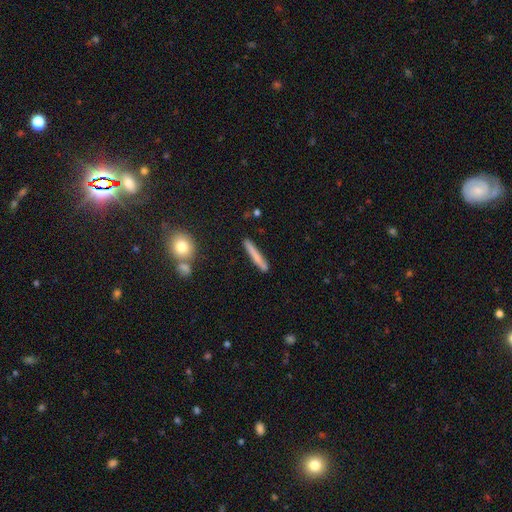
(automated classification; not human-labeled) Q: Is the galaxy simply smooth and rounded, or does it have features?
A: smooth — 69%.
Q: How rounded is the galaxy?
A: cigar-shaped — 95%.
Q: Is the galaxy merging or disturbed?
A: none — 84%.